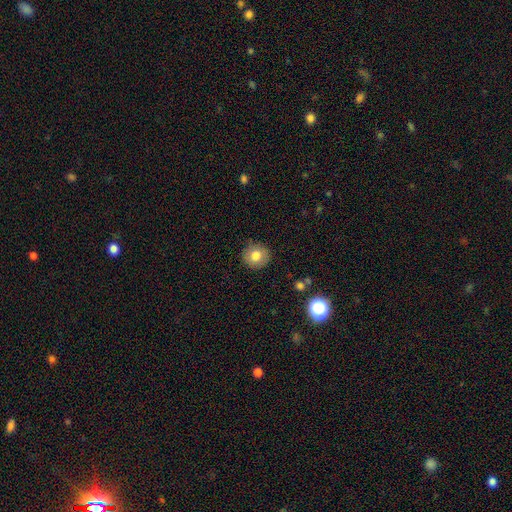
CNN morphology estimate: Smooth or featured? Predicted: smooth (p=0.79). How rounded? Predicted: round (p=0.91). Merging? Predicted: none (p=0.88).